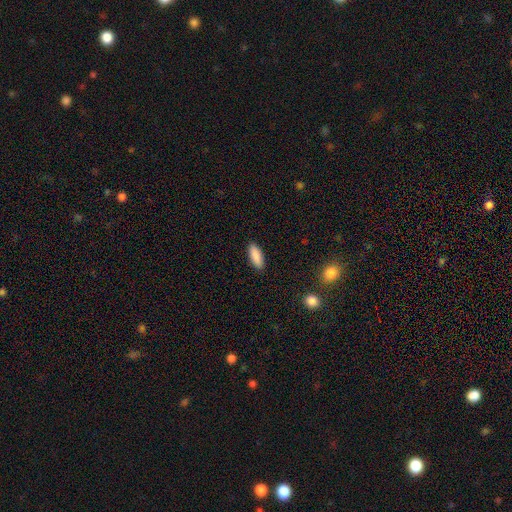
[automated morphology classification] The model was most divided on "how rounded": in between: 72%, cigar-shaped: 27%, round: 2%. More confident: merging — none (90%); smooth or featured — smooth (89%).